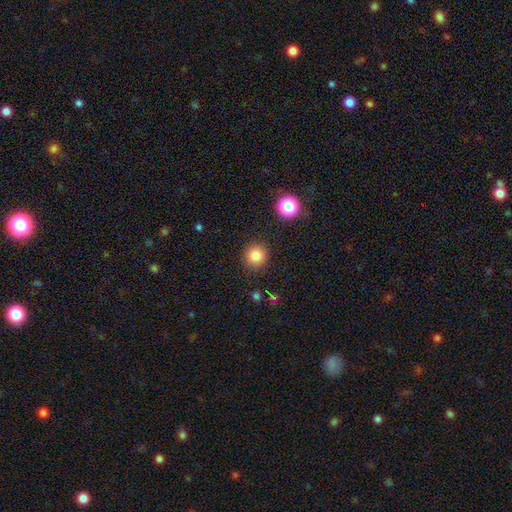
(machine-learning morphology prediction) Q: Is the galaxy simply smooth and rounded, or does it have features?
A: smooth — 84%.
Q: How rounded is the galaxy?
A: round — 92%.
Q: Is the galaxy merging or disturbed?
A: none — 88%.